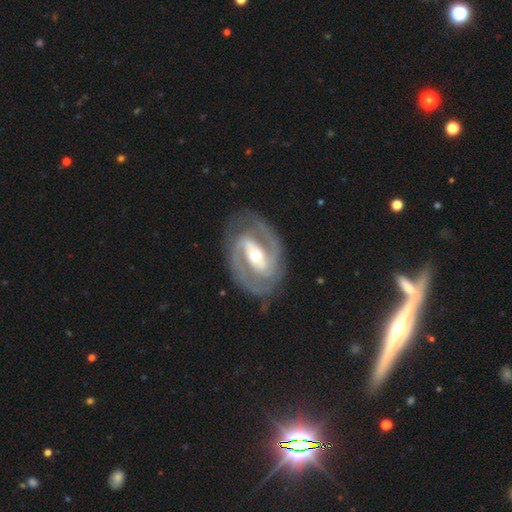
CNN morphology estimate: Smooth or featured? Predicted: featured or disk (p=0.90). Edge-on disk? Predicted: no (p=0.96). Bar? Predicted: strong (p=0.55). Spiral arms? Predicted: yes (p=0.95). Spiral winding? Predicted: medium (p=0.46). Spiral arm count? Predicted: 2 (p=0.87). Bulge size? Predicted: moderate (p=0.61). Merging? Predicted: none (p=0.79).